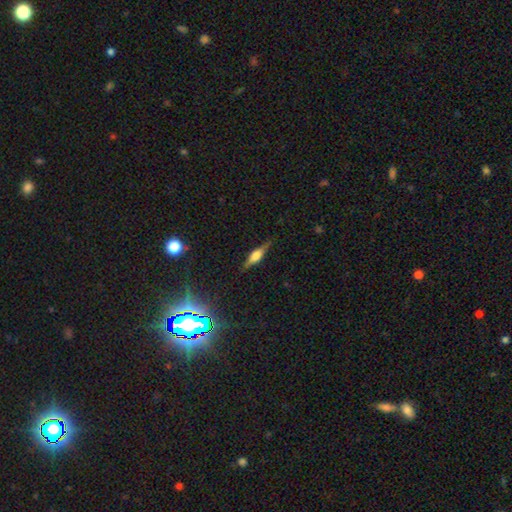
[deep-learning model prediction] Morphology: type=featured or disk (57%); edge-on=yes (95%); edge-on bulge=rounded (70%); merging=none (84%).